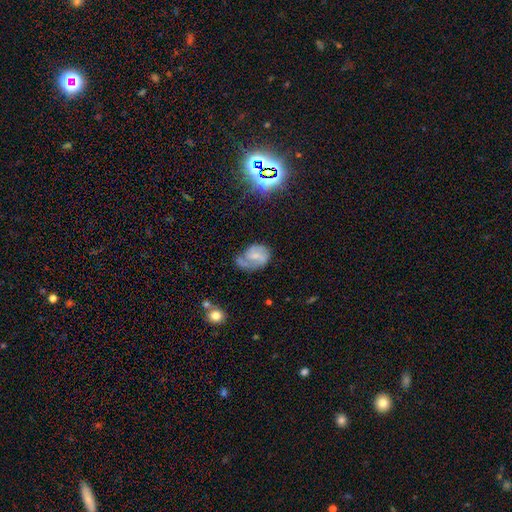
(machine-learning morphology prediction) Overall: featured or disk (66%; smooth 26%). Edge-on disk: no (97%). Bar: weak (51%; no 34%). Spiral arms: yes (87%). Spiral arm count: 2 (65%). Spiral winding: medium (47%; tight 27%). Bulge size: small (51%; moderate 30%). Merging: none (43%; minor disturbance 32%).